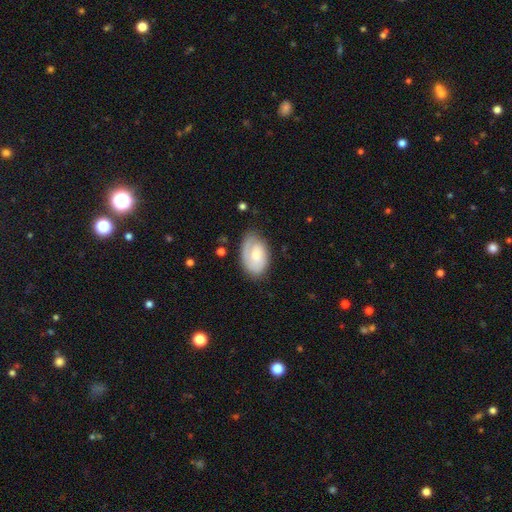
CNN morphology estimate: A featured or disk galaxy (50%). Merging: none (66%).